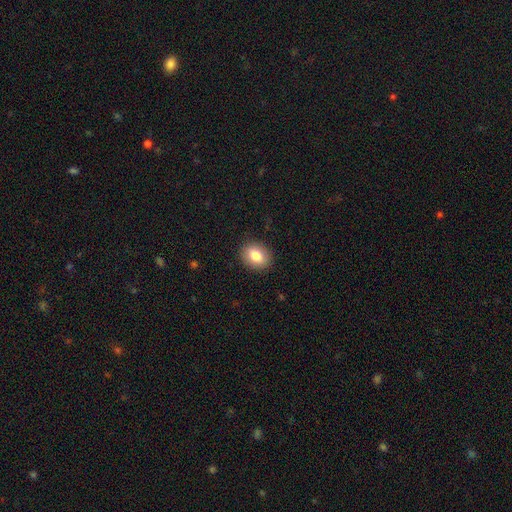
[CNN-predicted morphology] Smooth or featured? smooth (82%)
How rounded? in between (58%)
Merging? none (90%)